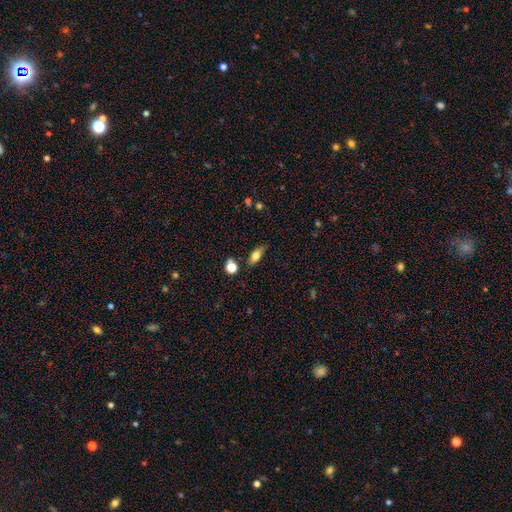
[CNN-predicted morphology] smooth 74%, featured or disk 17%, star or artifact 9%. Down the decision tree: how rounded — in between (76%); merging — none (74%).